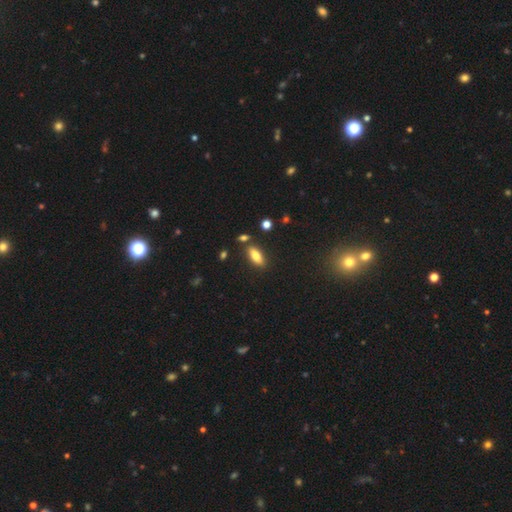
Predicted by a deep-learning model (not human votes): Morphology: type=smooth (78%); roundness=in between (70%); merging=none (80%).